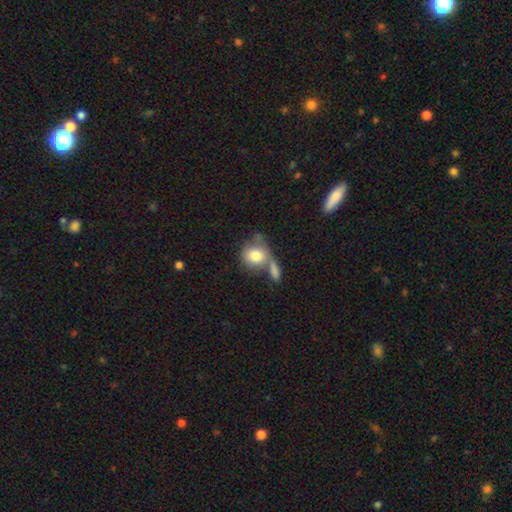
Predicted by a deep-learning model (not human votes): smooth_or_featured: smooth (p=0.79) [alt: featured or disk p=0.14]
how_rounded: round (p=0.72) [alt: in between p=0.26]
merging: merger (p=0.40) [alt: none p=0.38]